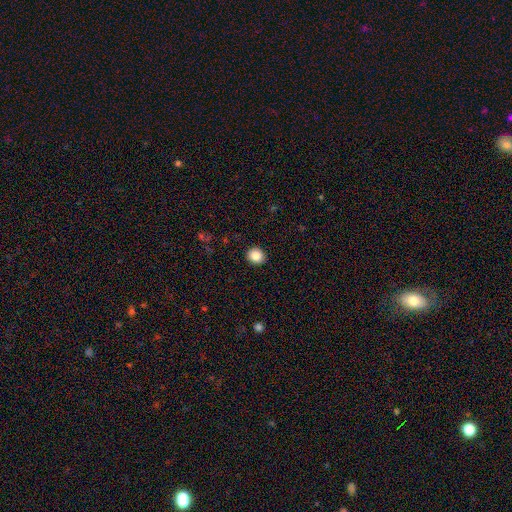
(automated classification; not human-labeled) Smooth or featured: smooth — 85% (star or artifact — 9%)
How rounded: round — 82% (in between — 17%)
Merging: none — 92% (minor disturbance — 5%)